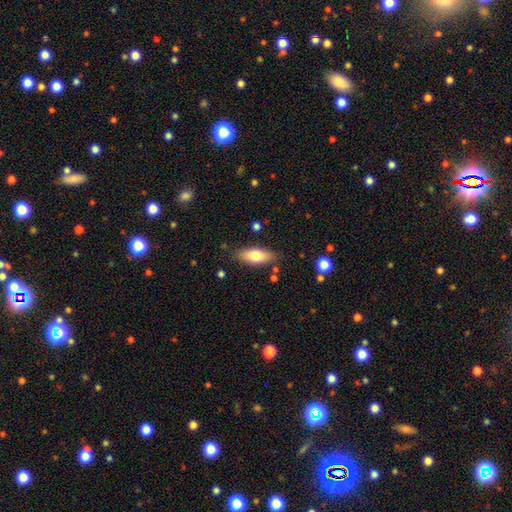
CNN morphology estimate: The model was most divided on "how rounded": in between: 74%, cigar-shaped: 24%, round: 2%. More confident: merging — none (83%); smooth or featured — smooth (74%).